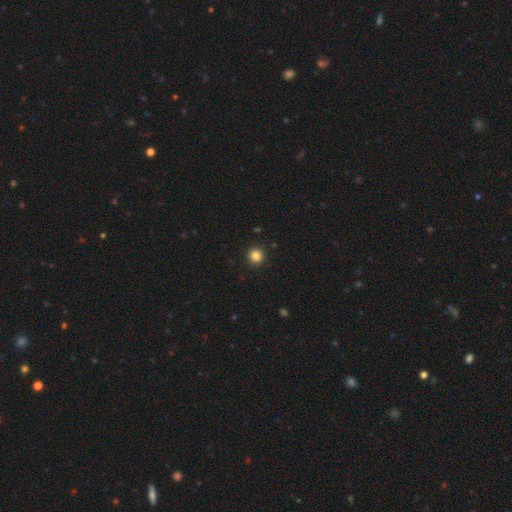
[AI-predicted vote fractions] A smooth galaxy with no disk features (85%) that is round (94%).

Vote fractions:
- Smooth or featured? smooth: 85% / star or artifact: 11% / featured or disk: 3%
- How rounded? round: 94% / in between: 5% / cigar-shaped: 1%
- Merging? none: 93% / minor disturbance: 5% / major disturbance: 2% / merger: 1%